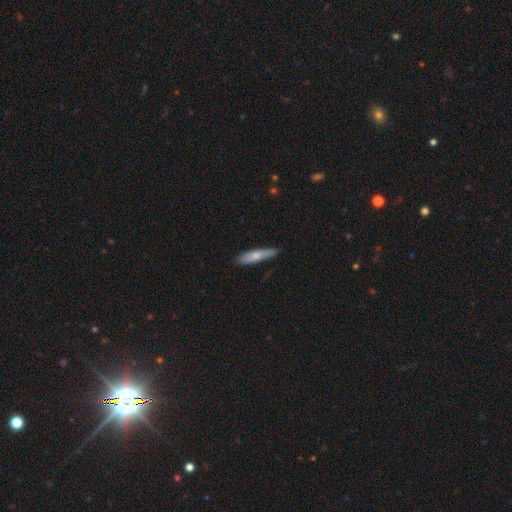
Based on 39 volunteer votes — Overall: smooth (56%; featured or disk 36%). How rounded: cigar-shaped (59%; in between 41%). Merging: none (78%).